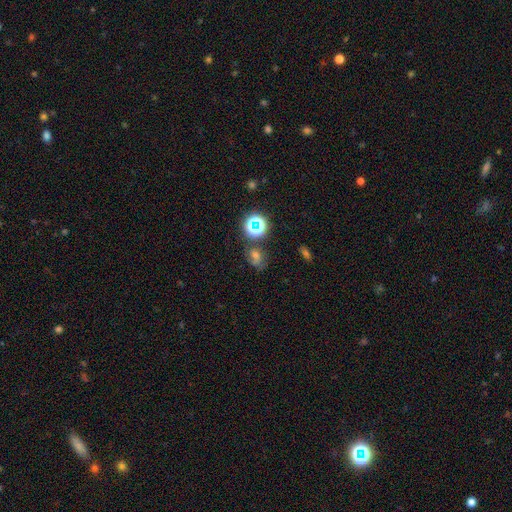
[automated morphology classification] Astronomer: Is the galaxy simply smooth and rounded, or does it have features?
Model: star or artifact — 46% (runner-up: smooth, 33%).